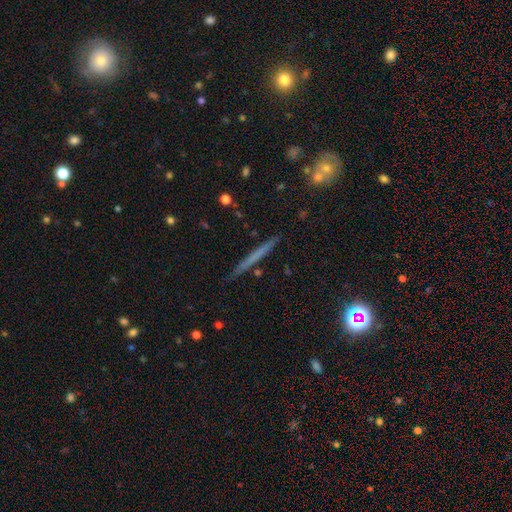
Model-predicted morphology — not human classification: A smooth galaxy with no disk features (46%).

Vote fractions:
- Smooth or featured? smooth: 46% / featured or disk: 45% / star or artifact: 9%
- Merging? none: 89% / minor disturbance: 8% / merger: 2% / major disturbance: 2%